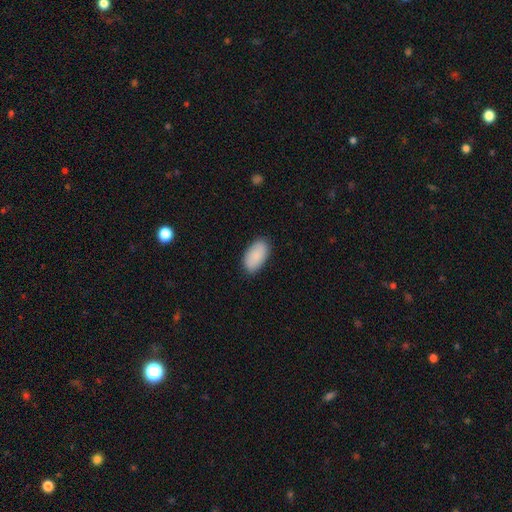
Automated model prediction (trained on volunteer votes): This is clearly a smooth galaxy (88%). How rounded: clearly in between (95%). Merging: clearly none (85%).